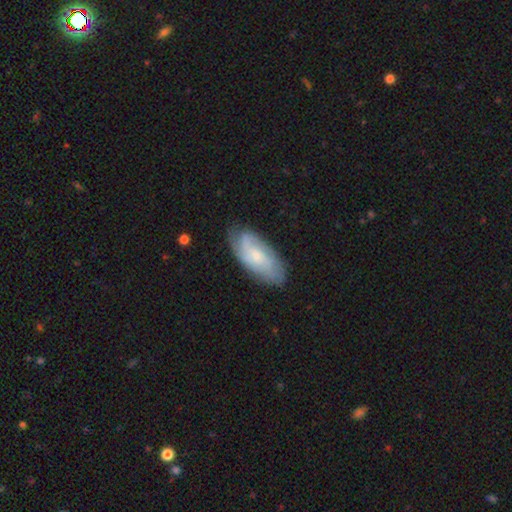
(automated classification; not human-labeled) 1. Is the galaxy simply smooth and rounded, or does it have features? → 59% featured or disk, 35% smooth, 6% star or artifact.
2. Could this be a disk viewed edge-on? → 91% no, 9% yes.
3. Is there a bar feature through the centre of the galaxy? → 65% no, 30% weak, 5% strong.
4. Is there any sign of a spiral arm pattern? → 86% yes, 14% no.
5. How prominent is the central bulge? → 68% small, 26% moderate, 4% none, 2% large, 1% dominant.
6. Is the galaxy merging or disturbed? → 73% none, 21% minor disturbance, 5% major disturbance, 1% merger.